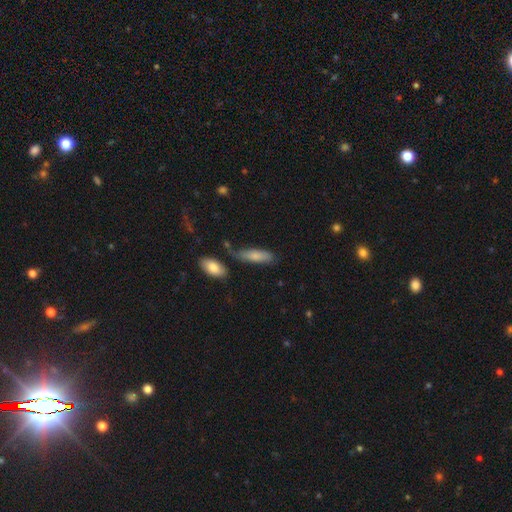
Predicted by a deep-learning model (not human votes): smooth-or-featured: smooth: 79% | featured or disk: 15% | star or artifact: 6%
  how-rounded: in between: 53% | cigar-shaped: 45% | round: 2%
  merging: none: 57% | minor disturbance: 23% | merger: 12% | major disturbance: 8%